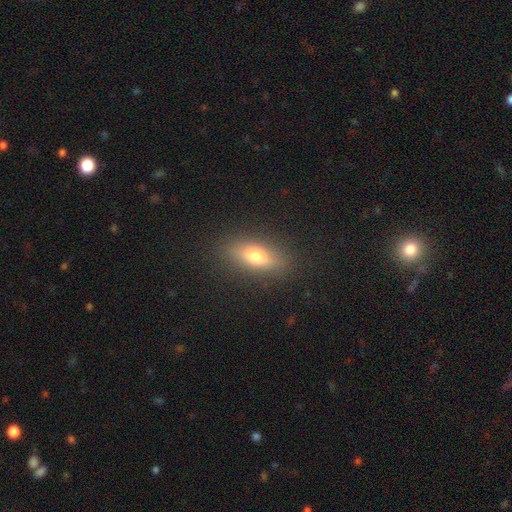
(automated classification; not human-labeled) smooth-or-featured: smooth: 67% | featured or disk: 24% | star or artifact: 9%
  how-rounded: in between: 66% | cigar-shaped: 27% | round: 6%
  merging: none: 87% | minor disturbance: 9% | major disturbance: 3% | merger: 1%